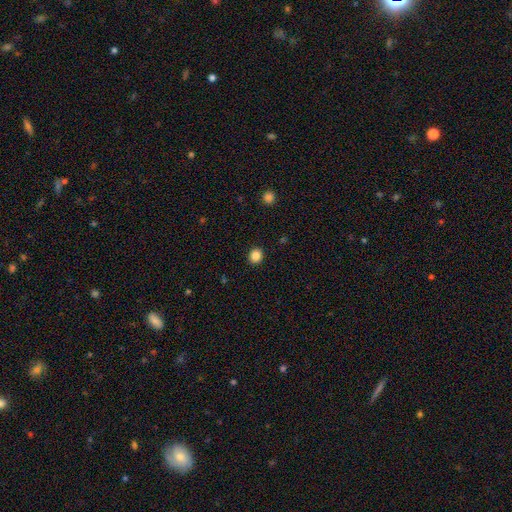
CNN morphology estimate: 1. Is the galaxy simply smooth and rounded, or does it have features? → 86% smooth, 11% star or artifact, 4% featured or disk.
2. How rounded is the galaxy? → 80% round, 19% in between, 1% cigar-shaped.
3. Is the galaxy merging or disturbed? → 92% none, 6% minor disturbance, 2% major disturbance, 1% merger.